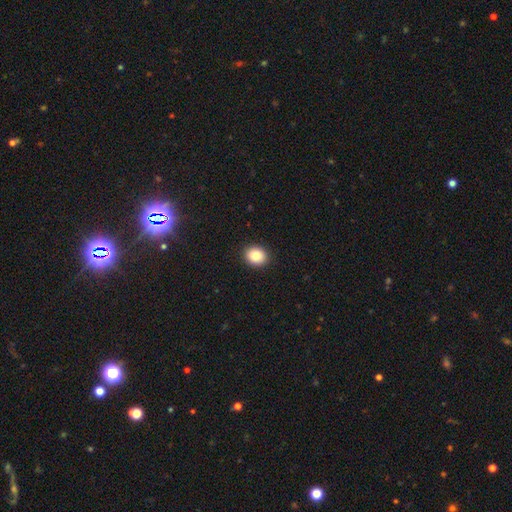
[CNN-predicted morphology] Smooth or featured: smooth — 84% (star or artifact — 9%)
How rounded: round — 67% (in between — 32%)
Merging: none — 92% (minor disturbance — 6%)